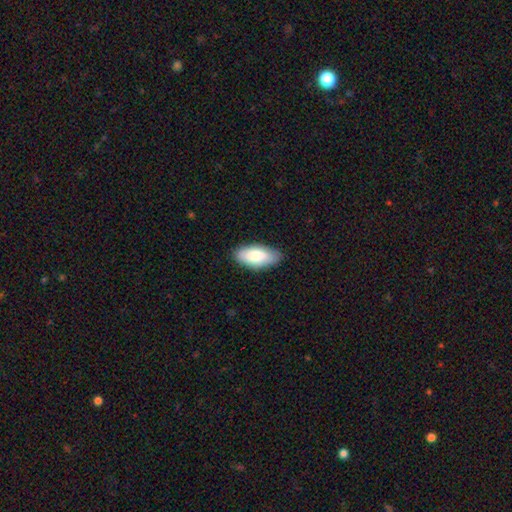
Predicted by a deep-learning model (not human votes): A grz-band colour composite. It shows a smooth galaxy with no disk features (81%) that is in between round and cigar-shaped (90%). Merging: none (85%).